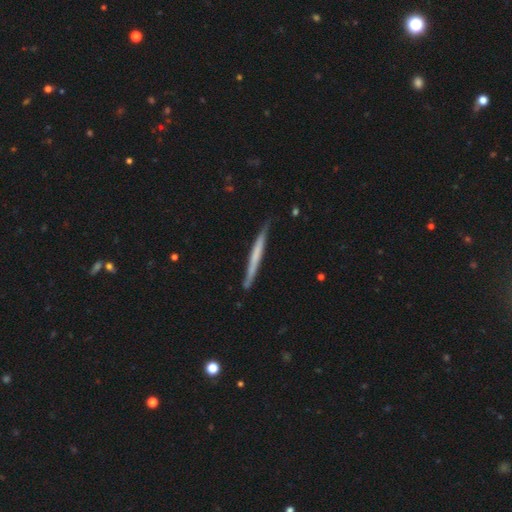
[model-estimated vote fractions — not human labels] This is possibly a featured or disk galaxy (48%). Merging: clearly none (83%).